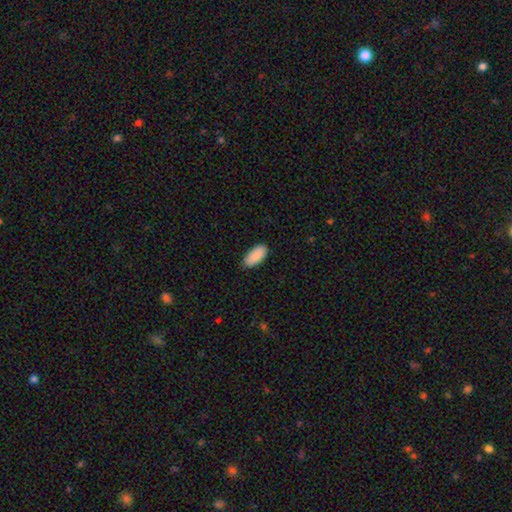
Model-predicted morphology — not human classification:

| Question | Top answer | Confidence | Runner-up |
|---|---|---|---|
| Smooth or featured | smooth | 90% | star or artifact (6%) |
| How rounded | in between | 92% | cigar-shaped (6%) |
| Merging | none | 86% | minor disturbance (12%) |